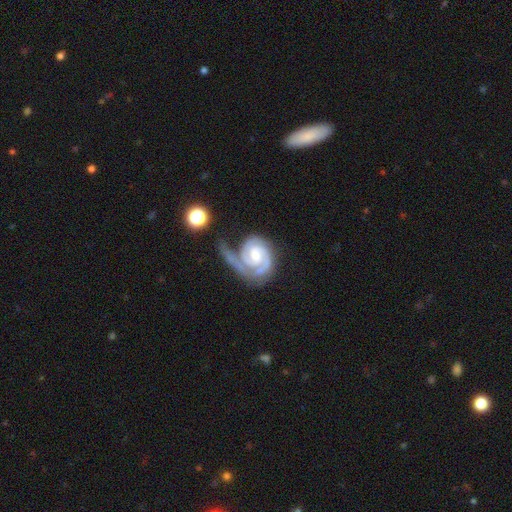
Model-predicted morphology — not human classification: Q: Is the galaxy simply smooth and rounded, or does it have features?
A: featured or disk — 91%.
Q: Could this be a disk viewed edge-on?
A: no — 98%.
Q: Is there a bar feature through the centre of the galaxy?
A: no — 47%.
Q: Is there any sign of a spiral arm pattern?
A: yes — 98%.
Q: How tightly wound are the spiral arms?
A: tight — 67%.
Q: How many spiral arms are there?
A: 2 — 67%.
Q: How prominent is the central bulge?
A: small — 46%, tied with moderate.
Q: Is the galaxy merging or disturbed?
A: none — 38%.